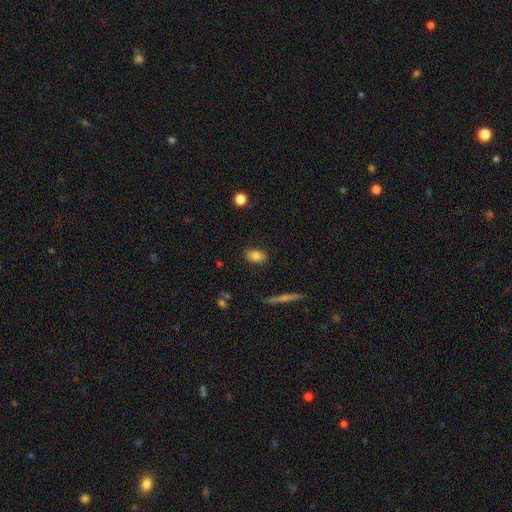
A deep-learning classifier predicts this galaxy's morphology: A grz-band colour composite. It shows a smooth galaxy with no disk features (80%) that is in between round and cigar-shaped (86%). Merging: none (86%).